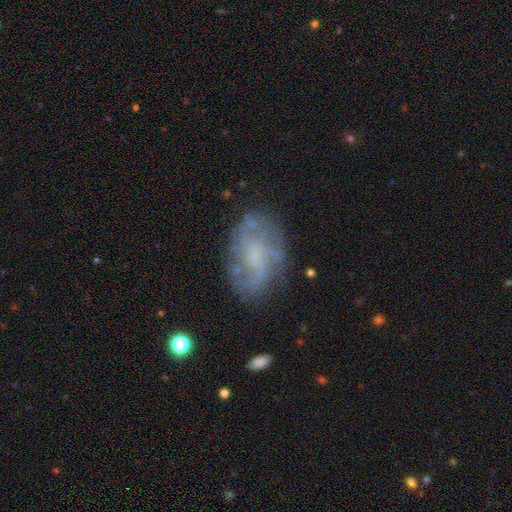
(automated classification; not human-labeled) A featured or disk galaxy (69%) with no bar (61%), 2 (36%) medium (39%) spiral arms (77%) and no central bulge (52%). Merging: none (65%).